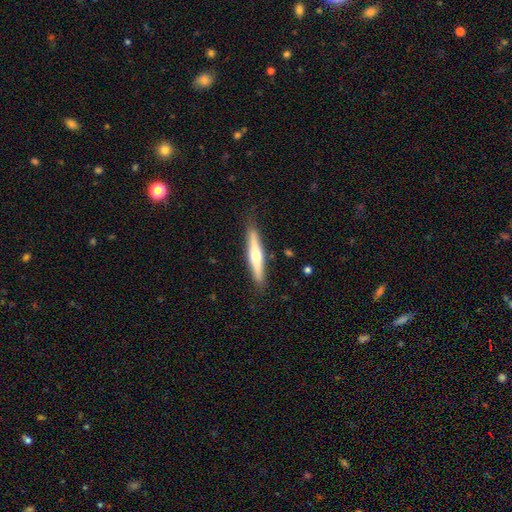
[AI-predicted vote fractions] Q: Smooth or featured?
A: featured or disk (56%); runner-up: smooth (39%)
Q: Edge-on disk?
A: yes (94%); runner-up: no (6%)
Q: Edge-on bulge?
A: rounded (89%); runner-up: none (8%)
Q: Merging?
A: none (85%); runner-up: minor disturbance (11%)